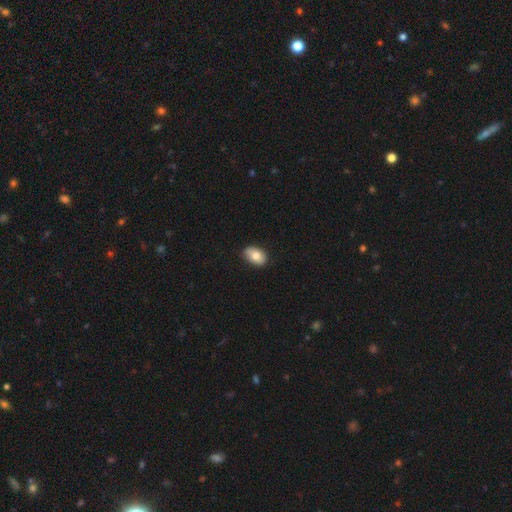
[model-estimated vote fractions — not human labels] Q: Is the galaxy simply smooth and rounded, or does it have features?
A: smooth — 77%.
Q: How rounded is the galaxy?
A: in between — 87%.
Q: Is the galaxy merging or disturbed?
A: none — 83%.